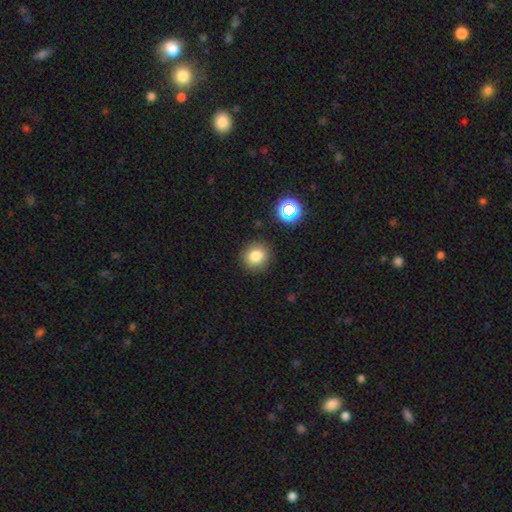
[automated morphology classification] The model was most divided on "smooth or featured": smooth: 80%, star or artifact: 13%, featured or disk: 7%. More confident: merging — none (89%); how rounded — round (88%).